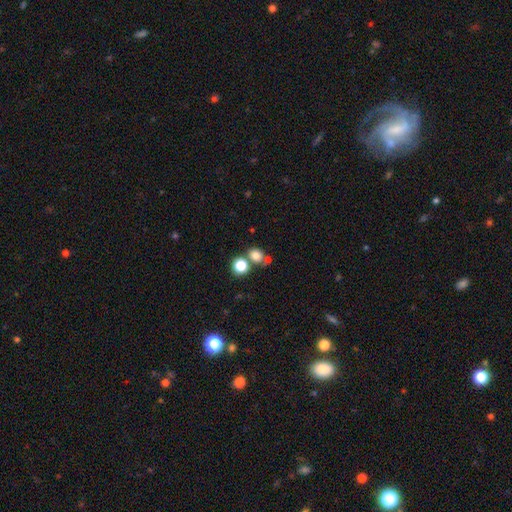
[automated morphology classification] A smooth galaxy with no disk features (78%) that is round (69%).

Vote fractions:
- Smooth or featured? smooth: 78% / star or artifact: 14% / featured or disk: 8%
- How rounded? round: 69% / in between: 30% / cigar-shaped: 1%
- Merging? none: 58% / merger: 28% / minor disturbance: 10% / major disturbance: 4%